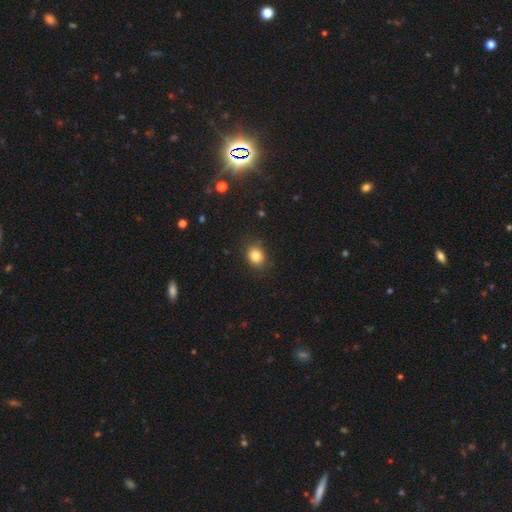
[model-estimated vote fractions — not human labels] Overall: smooth (83%). How rounded: round (51%; in between 49%). Merging: none (84%).